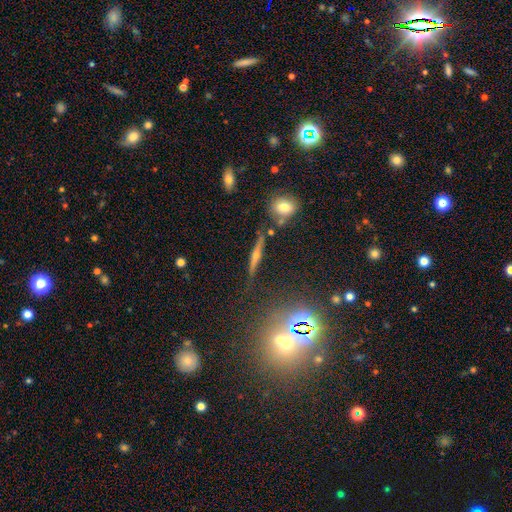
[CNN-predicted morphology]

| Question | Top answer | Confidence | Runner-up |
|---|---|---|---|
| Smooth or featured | featured or disk | 58% | smooth (21%) |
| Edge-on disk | yes | 93% | no (7%) |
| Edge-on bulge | rounded | 80% | none (12%) |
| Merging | none | 82% | minor disturbance (10%) |